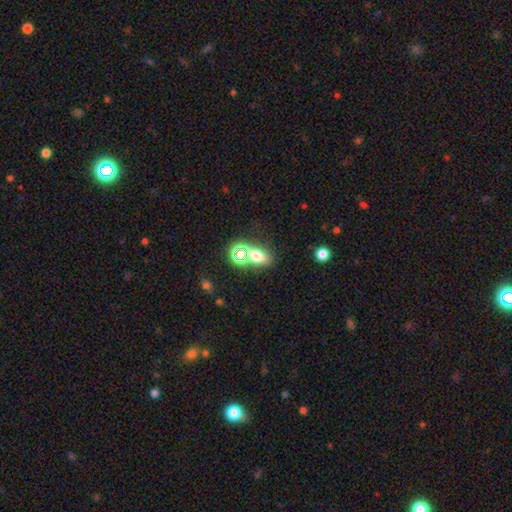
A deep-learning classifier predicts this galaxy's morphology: type=smooth (61%); roundness=in between (72%); merging=none (68%).